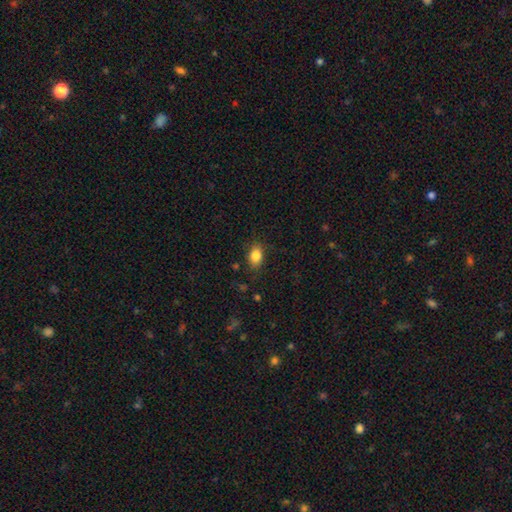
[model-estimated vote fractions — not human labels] smooth_or_featured: smooth (p=0.85) [alt: star or artifact p=0.09]
how_rounded: in between (p=0.79) [alt: round p=0.19]
merging: none (p=0.83) [alt: minor disturbance p=0.13]